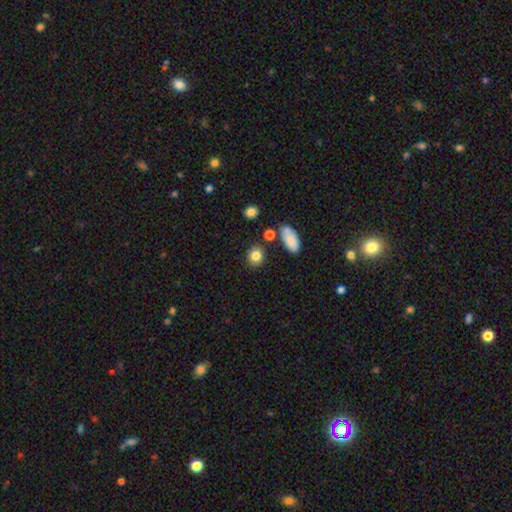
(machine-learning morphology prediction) Smooth or featured? smooth (83%)
How rounded? round (75%)
Merging? none (81%)